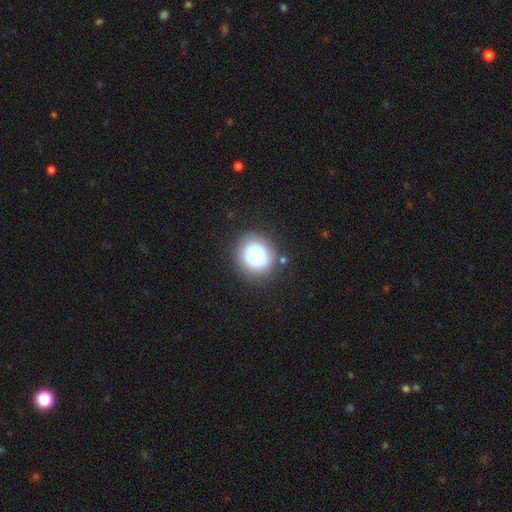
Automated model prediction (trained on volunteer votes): Morphology: type=smooth (70%); roundness=round (84%); merging=none (64%).